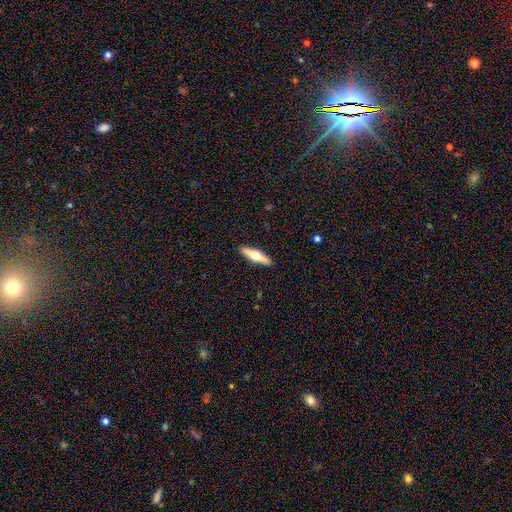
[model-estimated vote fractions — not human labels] featured or disk 51%, smooth 43%, star or artifact 5%. Down the decision tree: edge-on disk — yes (93%); merging — none (91%).